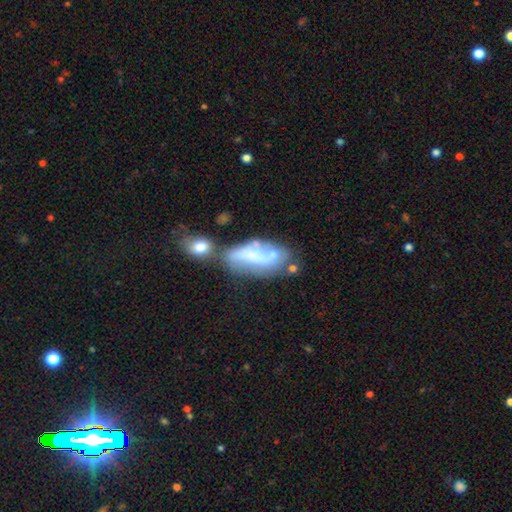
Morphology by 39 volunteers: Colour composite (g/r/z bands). It shows a smooth galaxy with no disk features (49%) that is in between round and cigar-shaped (84%). Merging: merger (42%).